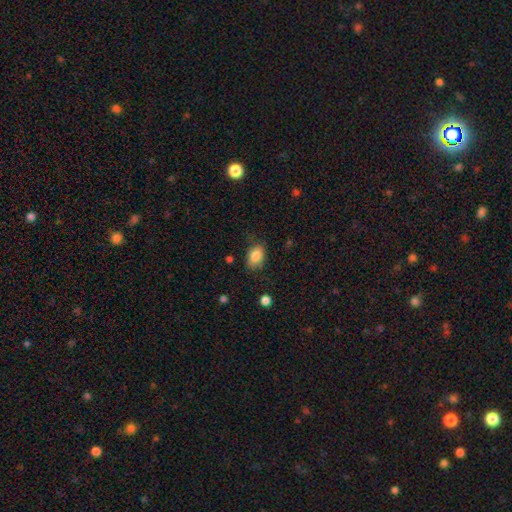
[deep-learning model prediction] smooth_or_featured: smooth (p=0.85) [alt: star or artifact p=0.08]
how_rounded: in between (p=0.82) [alt: round p=0.17]
merging: none (p=0.76) [alt: minor disturbance p=0.18]